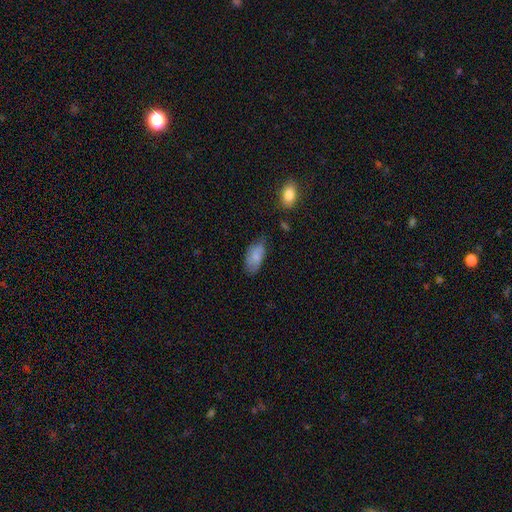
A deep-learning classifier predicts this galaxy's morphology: A smooth galaxy with no disk features (81%) that is in between round and cigar-shaped (93%).

Vote fractions:
- Smooth or featured? smooth: 81% / featured or disk: 12% / star or artifact: 7%
- How rounded? in between: 93% / cigar-shaped: 4% / round: 3%
- Merging? none: 61% / minor disturbance: 29% / major disturbance: 7% / merger: 3%